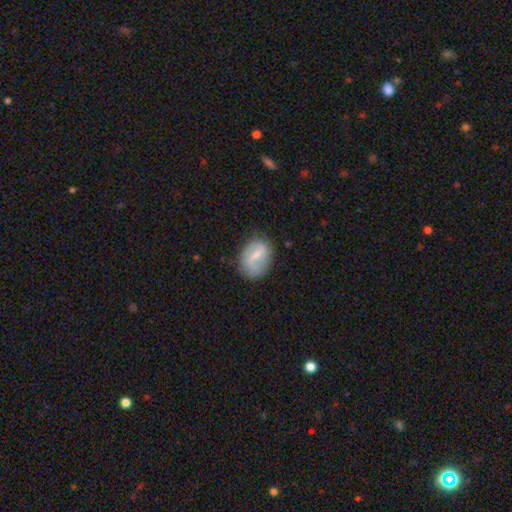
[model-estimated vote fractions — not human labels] smooth_or_featured: featured or disk (p=0.55) [alt: smooth p=0.39]
disk_edge_on: no (p=0.96) [alt: yes p=0.04]
bar: weak (p=0.48) [alt: strong p=0.40]
has_spiral_arms: yes (p=0.60) [alt: no p=0.40]
bulge_size: small (p=0.49) [alt: moderate p=0.33]
merging: none (p=0.72) [alt: minor disturbance p=0.20]